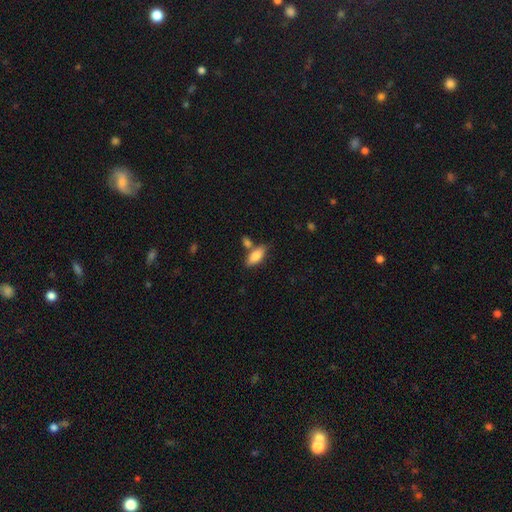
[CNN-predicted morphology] The model was most divided on "merging": none: 62%, merger: 20%, minor disturbance: 14%, major disturbance: 4%. More confident: smooth or featured — smooth (80%); how rounded — in between (79%).